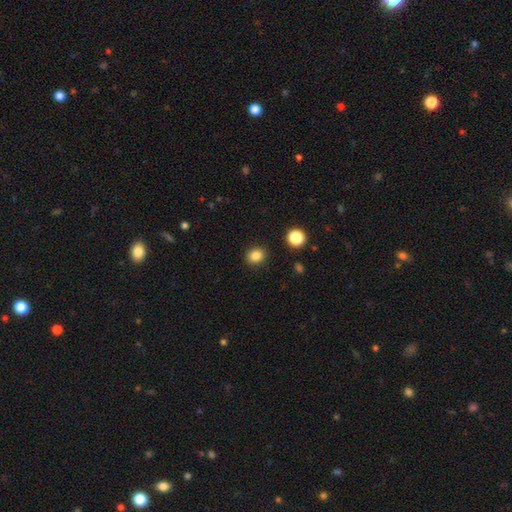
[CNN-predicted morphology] Smooth or featured? smooth (85%)
How rounded? round (73%)
Merging? none (90%)